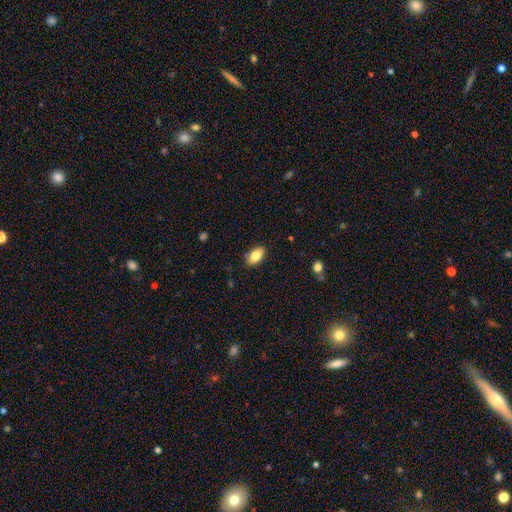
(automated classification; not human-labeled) smooth-or-featured: smooth: 82% | featured or disk: 11% | star or artifact: 7%
  how-rounded: in between: 91% | round: 7% | cigar-shaped: 2%
  merging: none: 86% | minor disturbance: 11% | major disturbance: 2% | merger: 1%